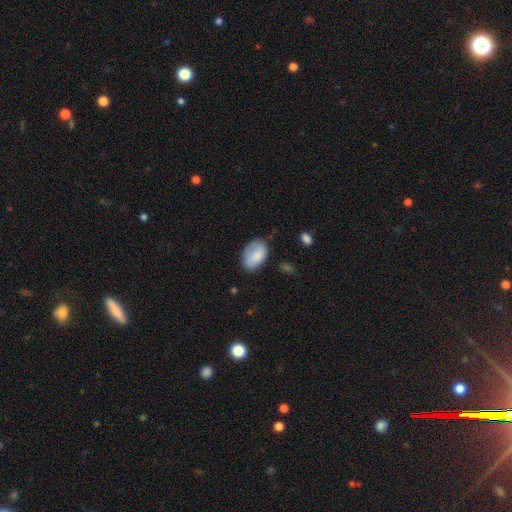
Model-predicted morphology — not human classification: Overall: smooth (84%). How rounded: in between (89%). Merging: none (69%).